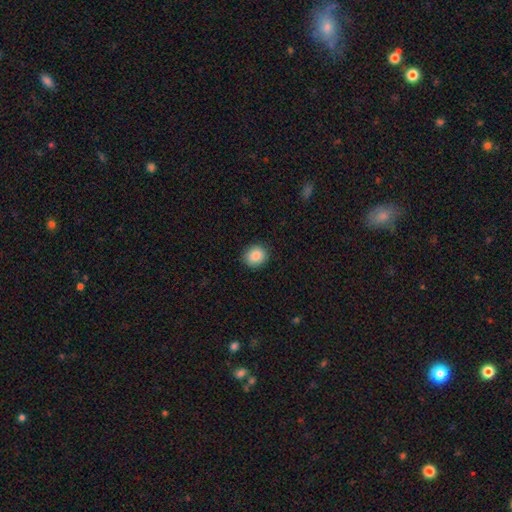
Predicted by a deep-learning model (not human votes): smooth_or_featured: smooth (p=0.88) [alt: star or artifact p=0.08]
how_rounded: round (p=0.75) [alt: in between p=0.24]
merging: none (p=0.90) [alt: minor disturbance p=0.07]